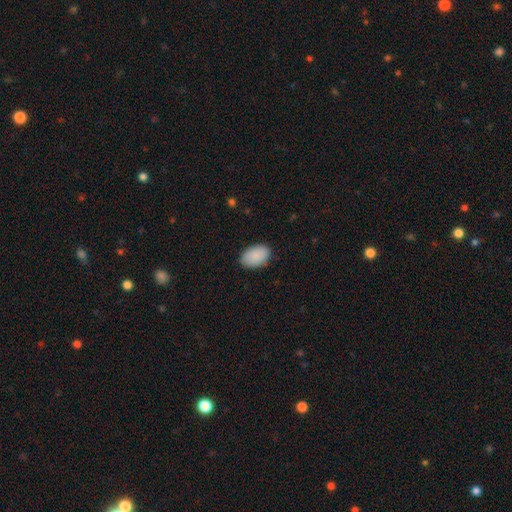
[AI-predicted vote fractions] The model was most divided on "merging": none: 86%, minor disturbance: 11%, major disturbance: 2%, merger: 1%. More confident: how rounded — in between (92%); smooth or featured — smooth (90%).